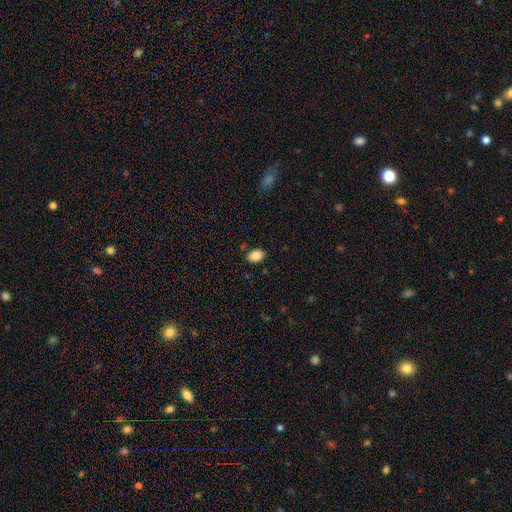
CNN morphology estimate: Smooth or featured? smooth (88%)
How rounded? in between (83%)
Merging? none (86%)